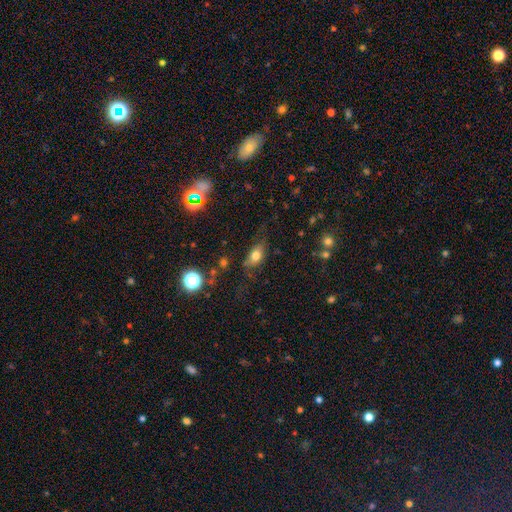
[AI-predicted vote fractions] Morphology: type=smooth (71%); roundness=in between (77%); merging=none (65%).